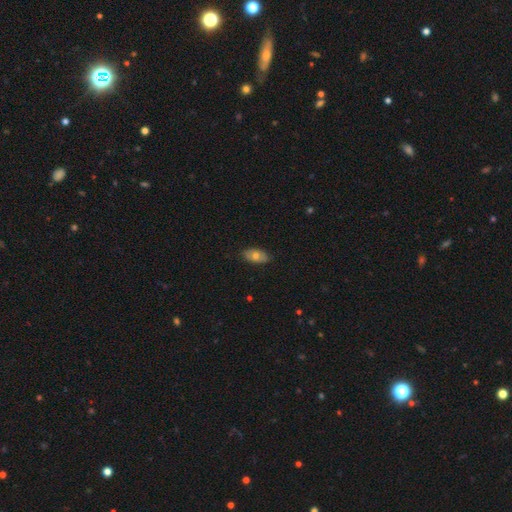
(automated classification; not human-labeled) Morphology: type=smooth (64%); roundness=in between (92%); merging=none (83%).